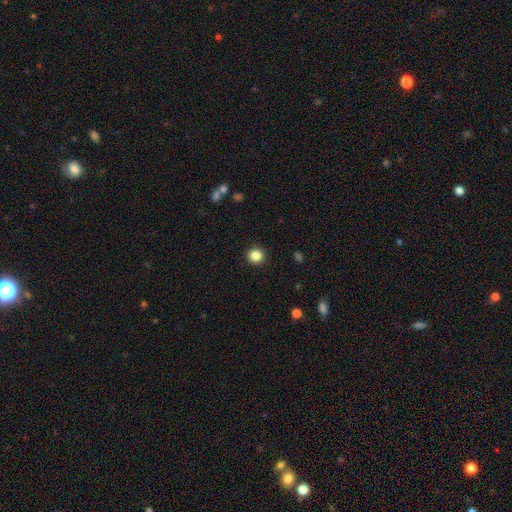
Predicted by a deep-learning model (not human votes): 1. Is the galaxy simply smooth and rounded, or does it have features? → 85% smooth, 11% star or artifact, 5% featured or disk.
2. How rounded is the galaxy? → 94% round, 5% in between, 1% cigar-shaped.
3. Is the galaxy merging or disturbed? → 93% none, 5% minor disturbance, 2% major disturbance, 1% merger.